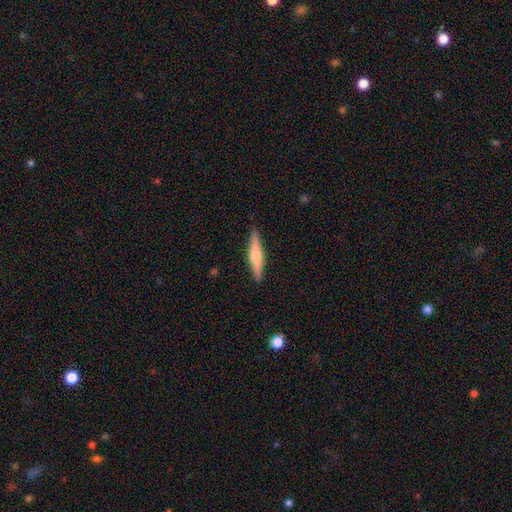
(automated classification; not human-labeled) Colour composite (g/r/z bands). It shows a featured or disk galaxy (51%) viewed edge-on (96%). Merging: none (90%).